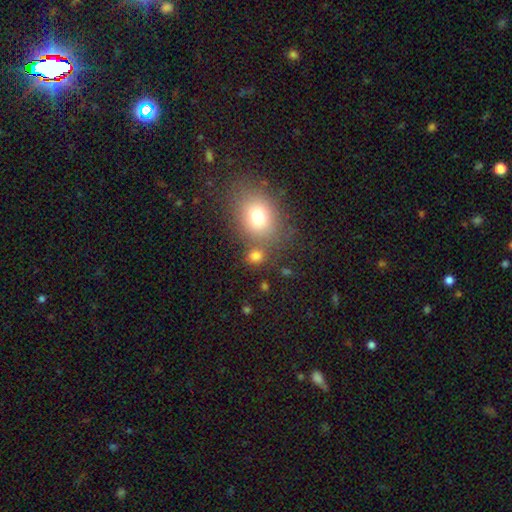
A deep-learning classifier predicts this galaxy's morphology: A smooth galaxy with no disk features (77%) that is round (64%).

Vote fractions:
- Smooth or featured? smooth: 77% / star or artifact: 16% / featured or disk: 8%
- How rounded? round: 64% / in between: 34% / cigar-shaped: 2%
- Merging? none: 66% / merger: 19% / minor disturbance: 10% / major disturbance: 5%